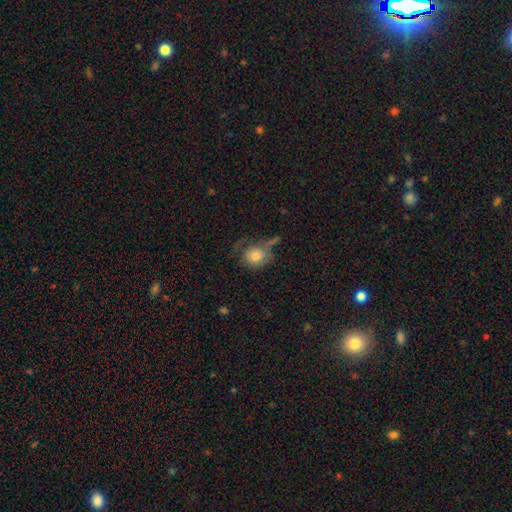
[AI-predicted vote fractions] This is likely a smooth galaxy (65%). How rounded: likely round (75%). Merging: marginally none (36%).